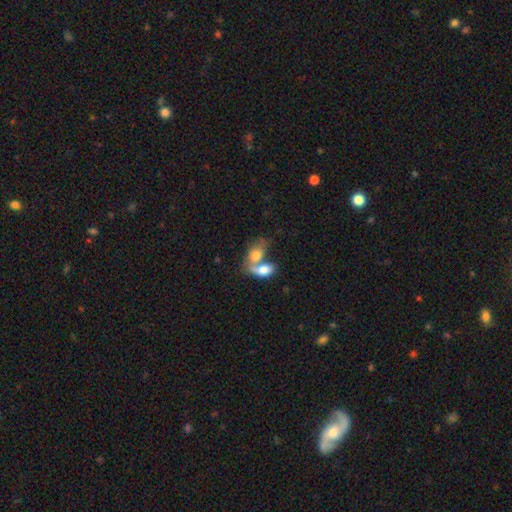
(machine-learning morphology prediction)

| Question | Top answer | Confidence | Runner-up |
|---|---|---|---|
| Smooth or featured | smooth | 70% | featured or disk (23%) |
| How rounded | in between | 85% | round (10%) |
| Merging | merger | 74% | none (14%) |